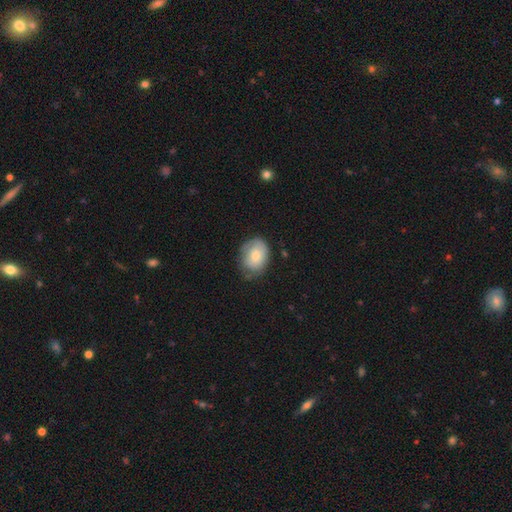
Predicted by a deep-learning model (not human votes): smooth 72%, featured or disk 21%, star or artifact 7%. Down the decision tree: how rounded — in between (66%); merging — none (61%).